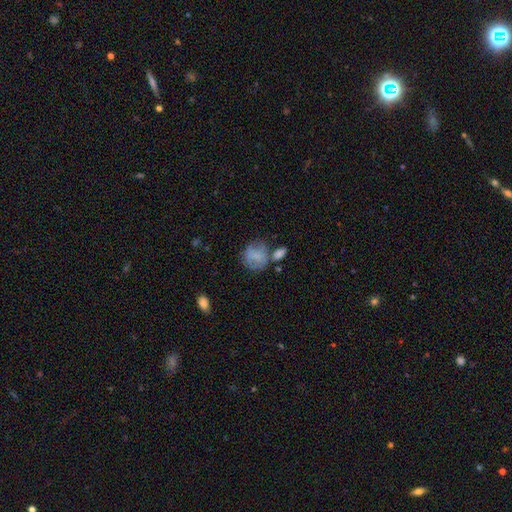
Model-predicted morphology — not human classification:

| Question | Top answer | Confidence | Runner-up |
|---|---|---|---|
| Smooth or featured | smooth | 70% | featured or disk (21%) |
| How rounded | round | 65% | in between (33%) |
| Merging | none | 43% | minor disturbance (24%) |